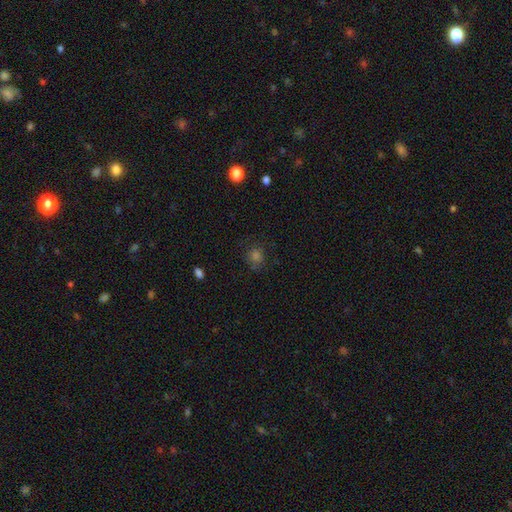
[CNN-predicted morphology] smooth-or-featured: smooth: 64% | star or artifact: 27% | featured or disk: 9%
  how-rounded: round: 85% | in between: 14% | cigar-shaped: 1%
  merging: none: 79% | minor disturbance: 13% | major disturbance: 7% | merger: 2%